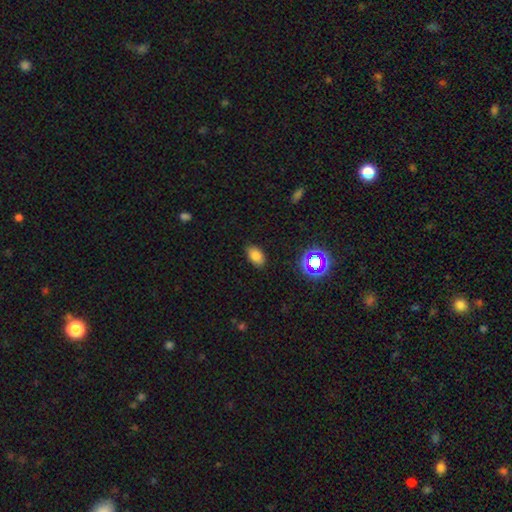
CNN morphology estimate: Q: Smooth or featured?
A: smooth (77%); runner-up: star or artifact (14%)
Q: How rounded?
A: in between (90%); runner-up: round (9%)
Q: Merging?
A: none (86%); runner-up: minor disturbance (10%)